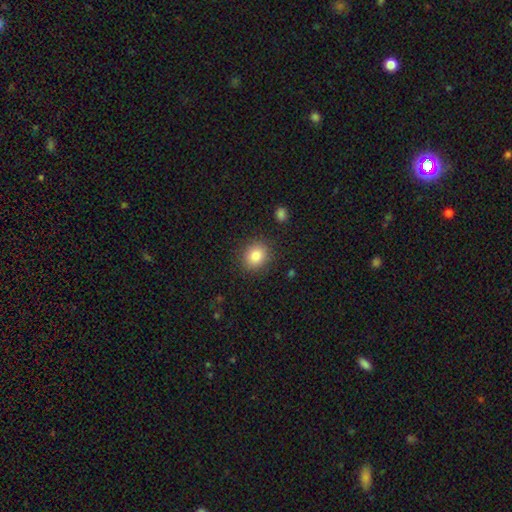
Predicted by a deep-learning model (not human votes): Smooth or featured: smooth — 84% (star or artifact — 10%)
How rounded: round — 73% (in between — 26%)
Merging: none — 87% (minor disturbance — 9%)